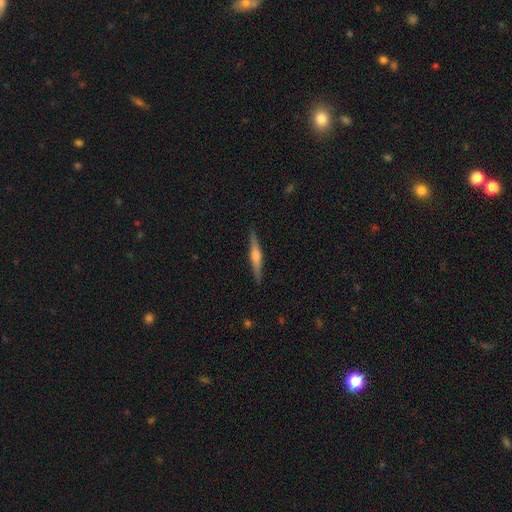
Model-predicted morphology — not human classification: The model was most divided on "smooth or featured": featured or disk: 65%, smooth: 29%, star or artifact: 6%. More confident: edge-on disk — yes (98%); merging — none (90%); edge-on bulge — rounded (79%).